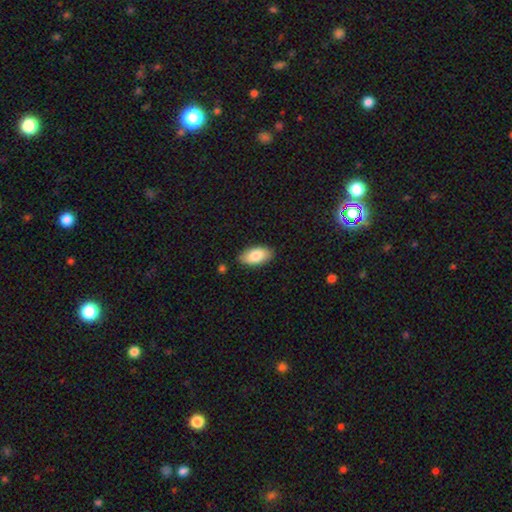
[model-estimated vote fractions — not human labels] Smooth or featured? Predicted: smooth (p=0.82). How rounded? Predicted: in between (p=0.93). Merging? Predicted: none (p=0.86).